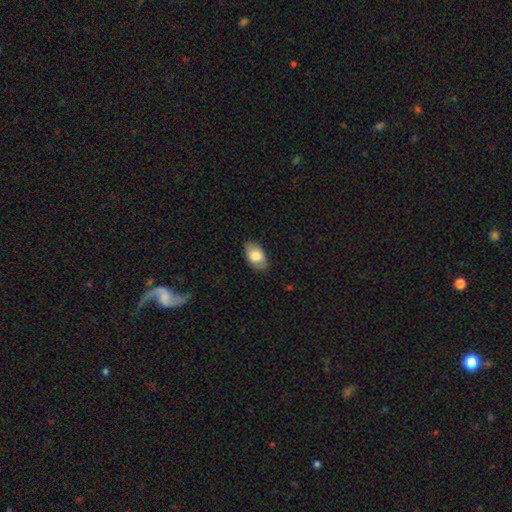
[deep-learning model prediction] Morphology: type=smooth (81%); roundness=in between (93%); merging=none (84%).